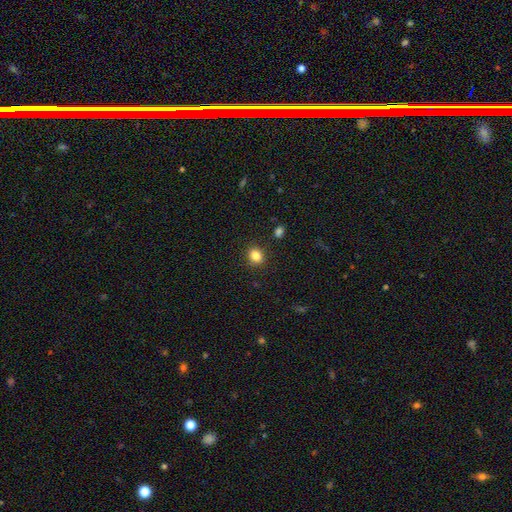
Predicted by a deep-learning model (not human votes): The model was most divided on "how rounded": round: 64%, in between: 35%, cigar-shaped: 1%. More confident: merging — none (89%); smooth or featured — smooth (84%).